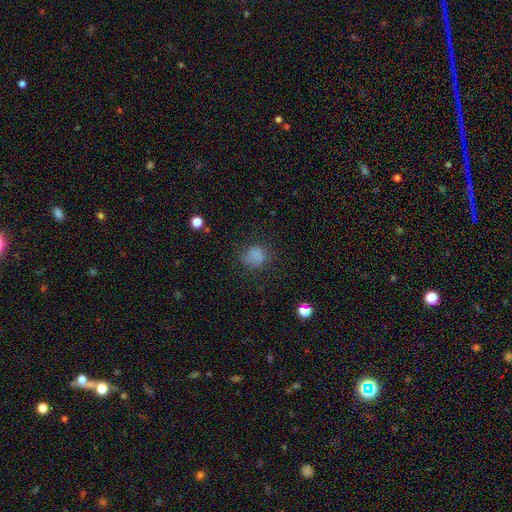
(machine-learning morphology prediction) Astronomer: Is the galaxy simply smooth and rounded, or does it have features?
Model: smooth — 76%.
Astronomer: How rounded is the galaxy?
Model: round — 76%.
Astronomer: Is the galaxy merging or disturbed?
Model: none — 67%.